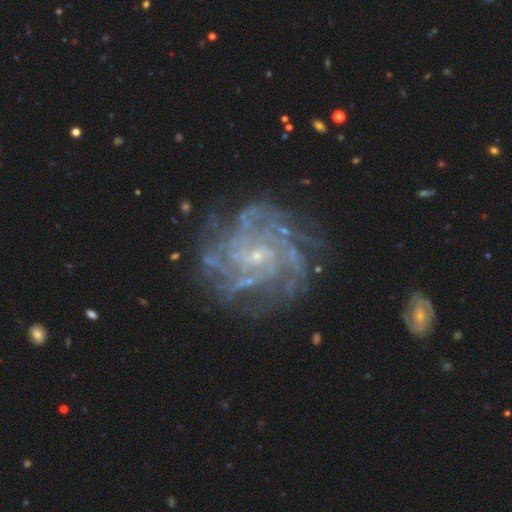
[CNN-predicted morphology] Smooth or featured?
  - featured or disk: 88% *
  - star or artifact: 7%
  - smooth: 4%
Edge-on disk?
  - no: 98% *
  - yes: 2%
Bar?
  - no: 55% *
  - weak: 36%
  - strong: 9%
Spiral arms?
  - yes: 97% *
  - no: 3%
Spiral winding?
  - tight: 63% *
  - medium: 31%
  - loose: 7%
Spiral arm count?
  - can't tell: 26% *
  - 4: 23%
  - more than 4: 18%
  - 3: 14%
  - 2: 11%
  - 1: 8%
Bulge size?
  - small: 82% *
  - moderate: 11%
  - none: 5%
  - large: 1%
  - dominant: 1%
Merging?
  - none: 75% *
  - minor disturbance: 15%
  - major disturbance: 8%
  - merger: 2%